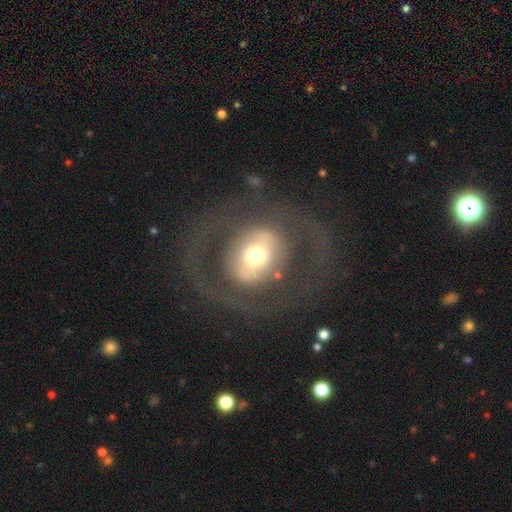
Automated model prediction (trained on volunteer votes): A featured or disk galaxy (54%) with no bar (58%), no spiral arms (64%) and a moderate central bulge (57%). Merging: none (65%).